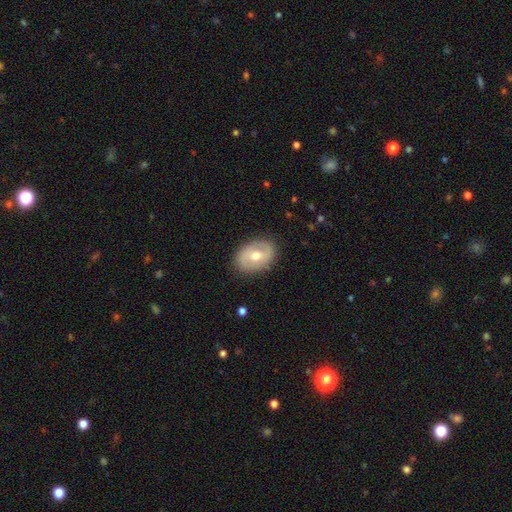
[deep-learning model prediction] A featured or disk galaxy (53%).

Vote fractions:
- Smooth or featured? featured or disk: 53% / smooth: 41% / star or artifact: 6%
- Edge-on disk? no: 93% / yes: 7%
- Merging? none: 85% / minor disturbance: 11% / major disturbance: 3% / merger: 1%